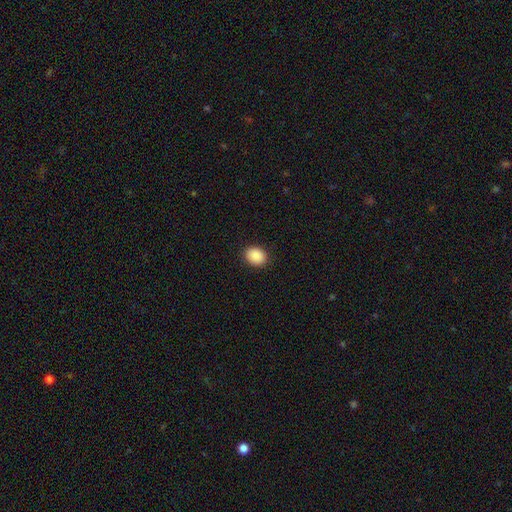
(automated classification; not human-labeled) Smooth or featured? smooth (90%)
How rounded? in between (53%)
Merging? none (90%)